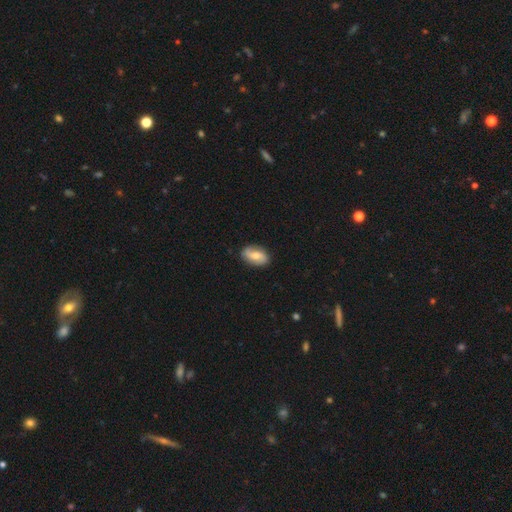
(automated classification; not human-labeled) Smooth or featured? Predicted: featured or disk (p=0.51). Edge-on disk? Predicted: no (p=0.95). Merging? Predicted: none (p=0.84).